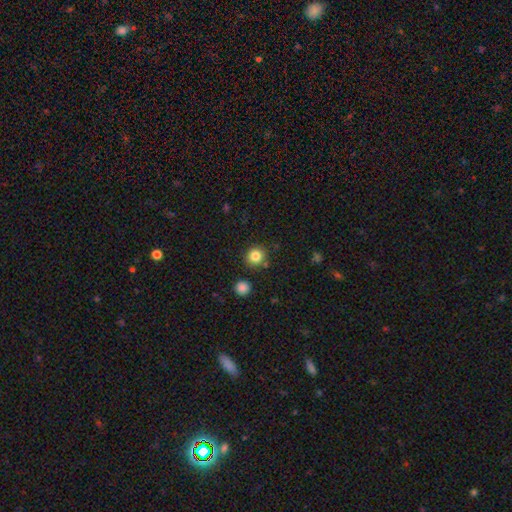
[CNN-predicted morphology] smooth-or-featured: smooth: 84% | star or artifact: 11% | featured or disk: 5%
  how-rounded: round: 91% | in between: 8% | cigar-shaped: 1%
  merging: none: 84% | minor disturbance: 8% | merger: 5% | major disturbance: 3%